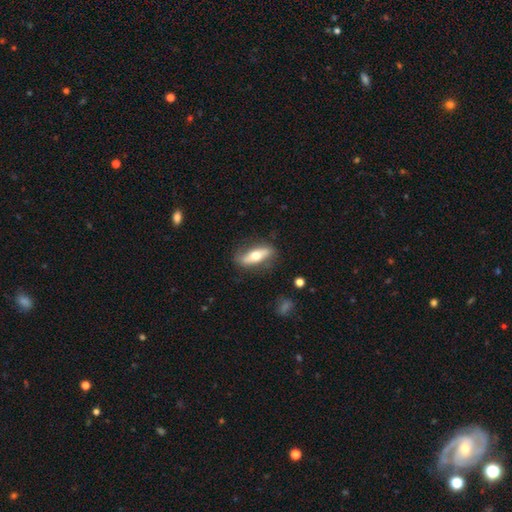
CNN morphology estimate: Smooth or featured: smooth — 52% (featured or disk — 42%)
How rounded: in between — 55% (cigar-shaped — 42%)
Merging: none — 80% (minor disturbance — 14%)